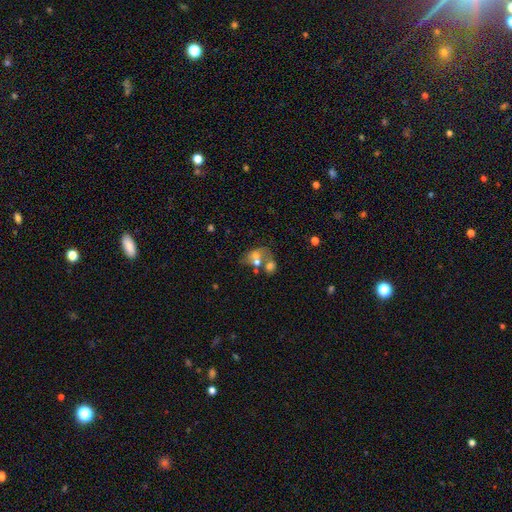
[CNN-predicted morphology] Smooth or featured? smooth (41%)
Merging? none (47%)